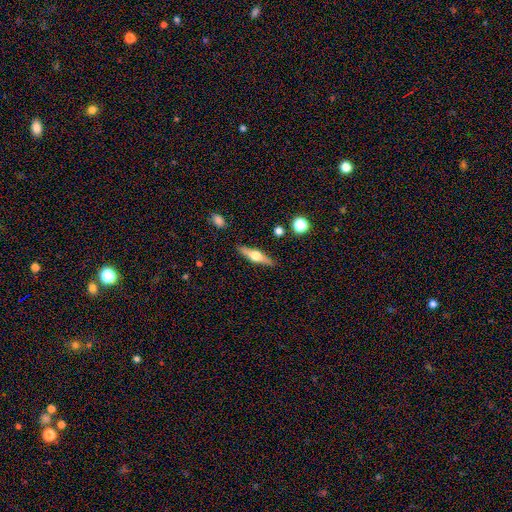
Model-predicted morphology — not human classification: smooth-or-featured: featured or disk: 59% | smooth: 35% | star or artifact: 6%
  disk-edge-on: yes: 94% | no: 6%
    edge-on-bulge: rounded: 94% | boxy: 4% | none: 2%
  merging: none: 87% | minor disturbance: 9% | merger: 2% | major disturbance: 2%